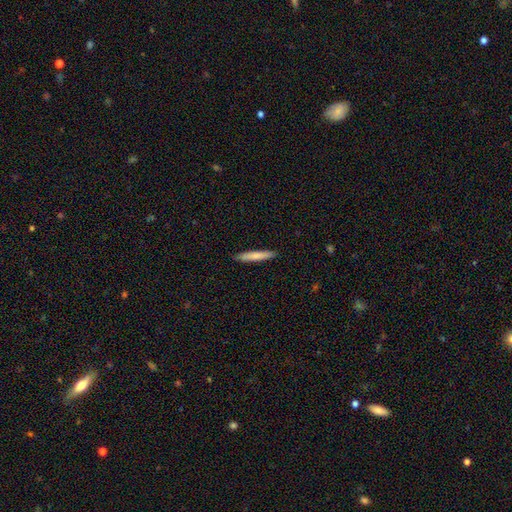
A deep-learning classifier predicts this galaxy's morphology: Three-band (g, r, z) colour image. It shows a smooth galaxy with no disk features (77%) that is cigar-shaped (93%). Merging: none (90%).